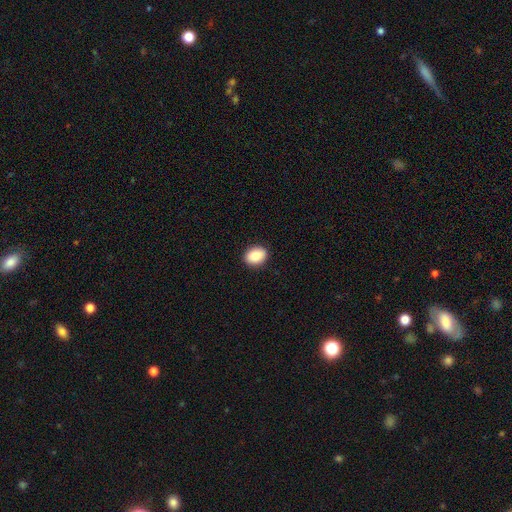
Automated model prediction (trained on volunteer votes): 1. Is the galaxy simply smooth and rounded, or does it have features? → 88% smooth, 8% star or artifact, 4% featured or disk.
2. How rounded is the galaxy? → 65% in between, 34% round, 1% cigar-shaped.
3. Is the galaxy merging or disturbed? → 91% none, 7% minor disturbance, 2% major disturbance, 1% merger.